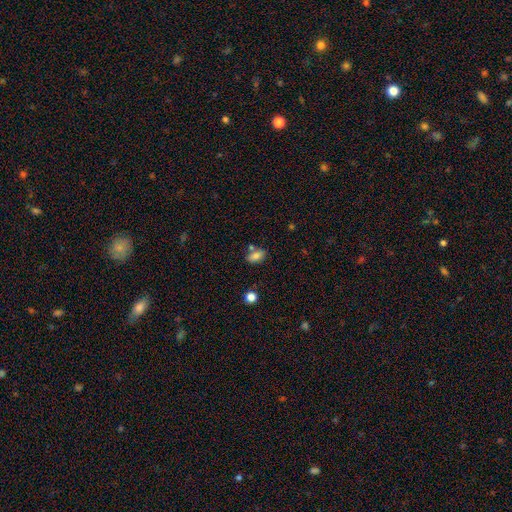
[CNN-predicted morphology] This is clearly a smooth galaxy (80%). How rounded: clearly in between (87%). Merging: likely none (65%).